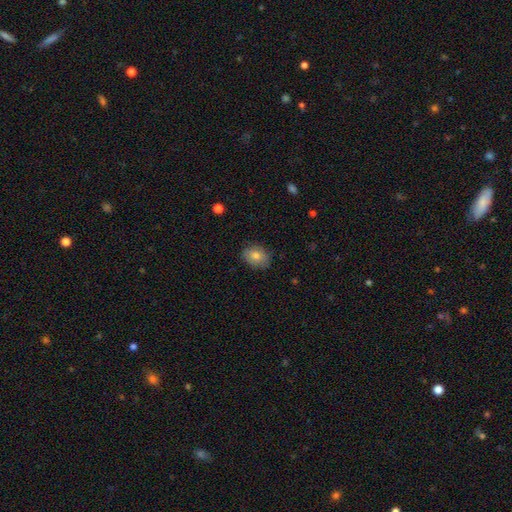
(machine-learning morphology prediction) Overall: smooth (78%). How rounded: in between (73%). Merging: none (83%).